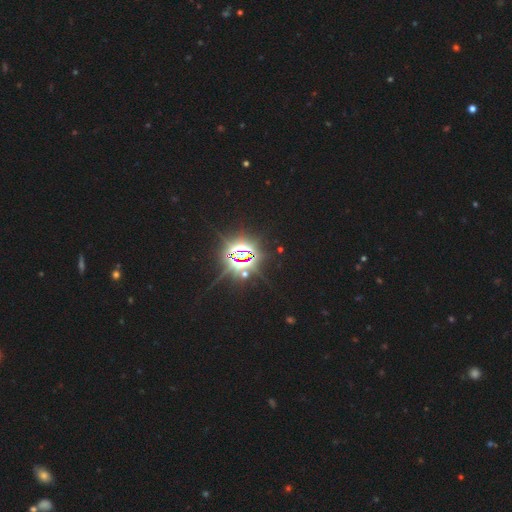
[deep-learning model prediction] This is clearly a star or artifact rather than a galaxy (86%).